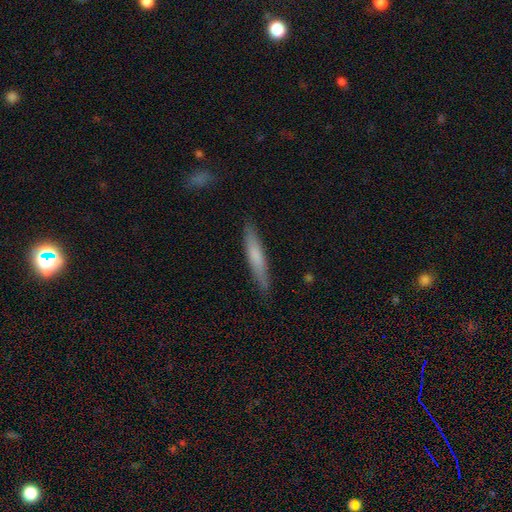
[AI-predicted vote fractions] Smooth or featured? smooth (67%)
How rounded? cigar-shaped (91%)
Merging? none (85%)